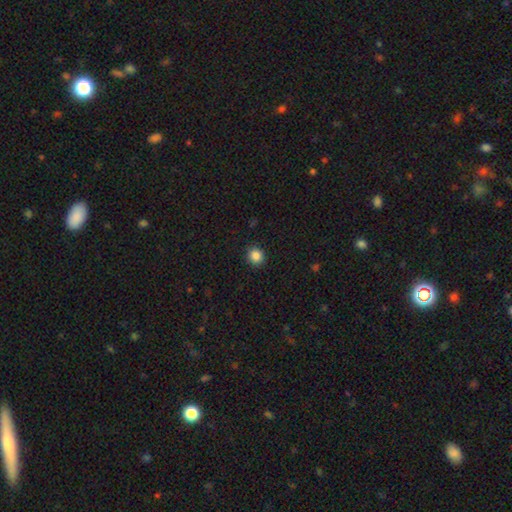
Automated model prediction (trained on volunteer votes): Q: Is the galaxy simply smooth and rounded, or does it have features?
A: smooth — 86%.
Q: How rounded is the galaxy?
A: round — 87%.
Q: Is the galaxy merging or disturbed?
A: none — 91%.